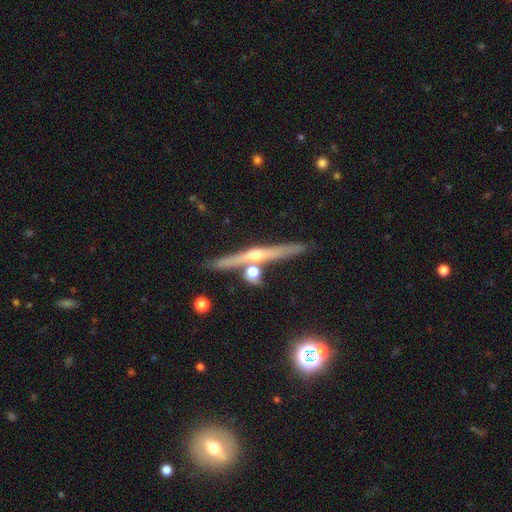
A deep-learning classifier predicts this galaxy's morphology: featured or disk 68%, smooth 24%, star or artifact 8%. Down the decision tree: edge-on disk — yes (96%); edge-on bulge — rounded (86%); merging — none (77%).